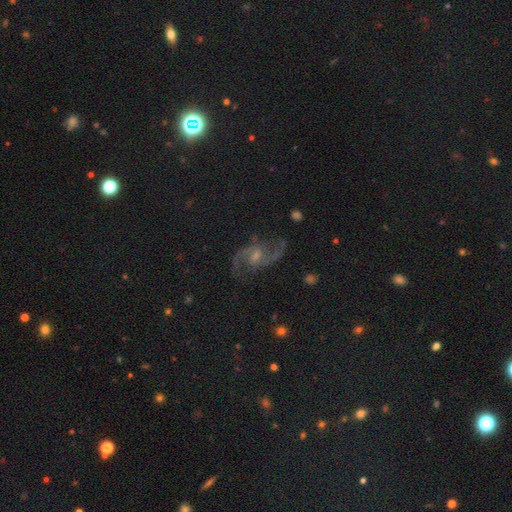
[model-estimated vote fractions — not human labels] Smooth or featured?
  - featured or disk: 89% *
  - star or artifact: 7%
  - smooth: 5%
Edge-on disk?
  - no: 98% *
  - yes: 2%
Bar?
  - weak: 54% *
  - no: 33%
  - strong: 14%
Spiral arms?
  - yes: 98% *
  - no: 2%
Spiral winding?
  - loose: 48% *
  - medium: 43%
  - tight: 8%
Spiral arm count?
  - 2: 93% *
  - can't tell: 2%
  - 1: 1%
  - 3: 1%
  - 4: 1%
  - more than 4: 1%
Bulge size?
  - small: 56% *
  - moderate: 34%
  - none: 7%
  - large: 2%
  - dominant: 1%
Merging?
  - none: 76% *
  - minor disturbance: 15%
  - major disturbance: 8%
  - merger: 2%